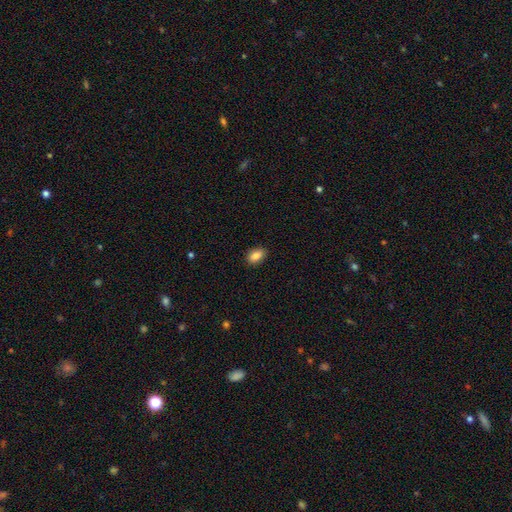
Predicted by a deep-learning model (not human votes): This is clearly a smooth galaxy (86%). How rounded: clearly in between (87%). Merging: clearly none (89%).